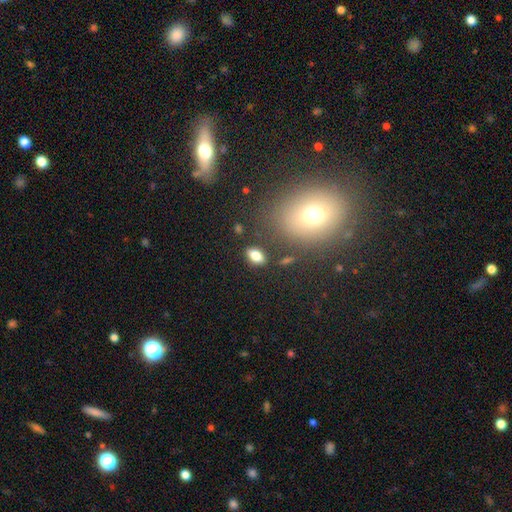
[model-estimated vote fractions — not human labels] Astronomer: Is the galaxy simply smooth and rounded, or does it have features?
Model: smooth — 79%.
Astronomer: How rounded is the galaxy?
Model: in between — 88%.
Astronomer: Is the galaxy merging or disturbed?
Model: none — 83%.